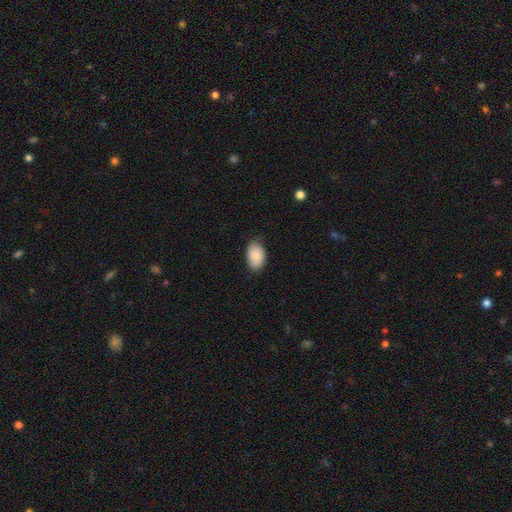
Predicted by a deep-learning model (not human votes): smooth 86%, featured or disk 8%, star or artifact 6%. Down the decision tree: how rounded — in between (91%); merging — none (77%).